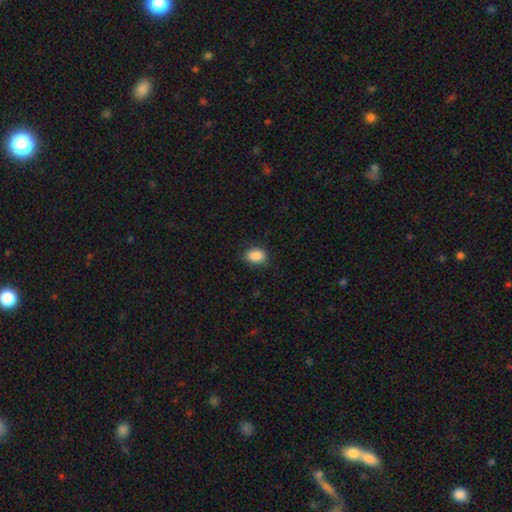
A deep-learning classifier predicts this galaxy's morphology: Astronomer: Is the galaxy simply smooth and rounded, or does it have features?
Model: smooth — 89%.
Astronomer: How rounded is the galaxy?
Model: in between — 82%.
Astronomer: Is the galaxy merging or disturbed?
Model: none — 80%.